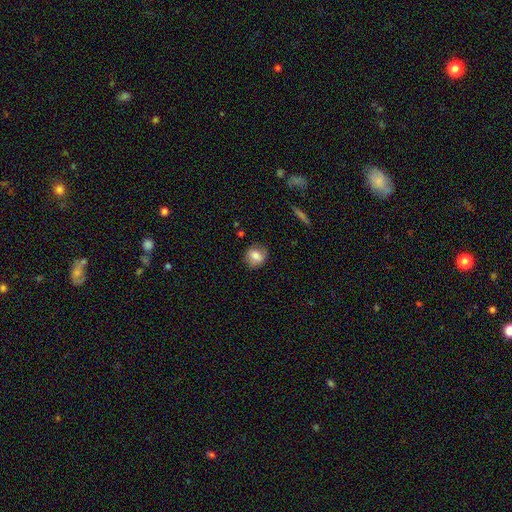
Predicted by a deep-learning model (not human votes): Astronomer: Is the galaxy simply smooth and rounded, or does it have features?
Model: smooth — 76%.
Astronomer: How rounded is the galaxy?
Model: round — 73%.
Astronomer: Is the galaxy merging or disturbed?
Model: none — 81%.